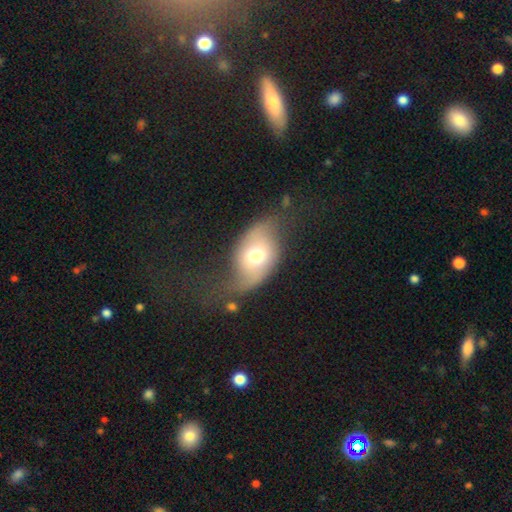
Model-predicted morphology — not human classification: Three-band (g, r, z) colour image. It shows a smooth galaxy with no disk features (48%). Merging: none (39%).